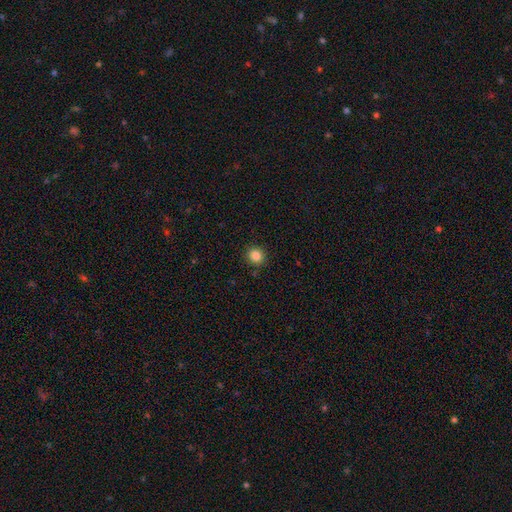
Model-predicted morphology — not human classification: type=smooth (85%); roundness=round (88%); merging=none (91%).